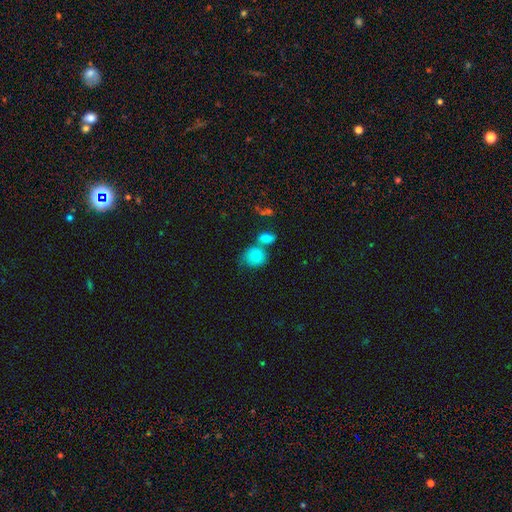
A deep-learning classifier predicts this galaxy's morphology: Smooth or featured? Predicted: smooth (p=0.82). How rounded? Predicted: round (p=0.66). Merging? Predicted: none (p=0.41).